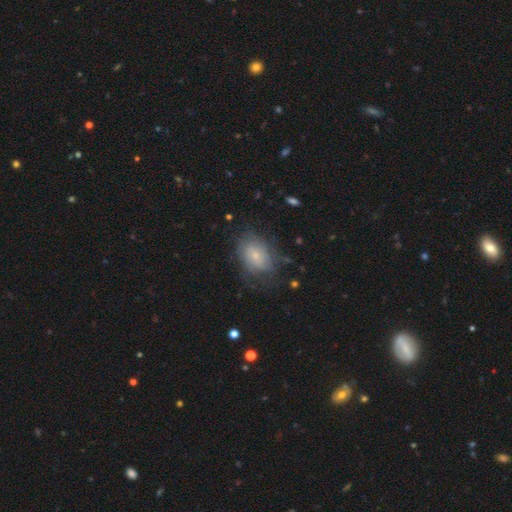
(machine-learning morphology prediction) smooth-or-featured: smooth: 52% | featured or disk: 38% | star or artifact: 9%
  how-rounded: in between: 73% | round: 25% | cigar-shaped: 1%
  merging: none: 60% | minor disturbance: 24% | major disturbance: 14% | merger: 2%